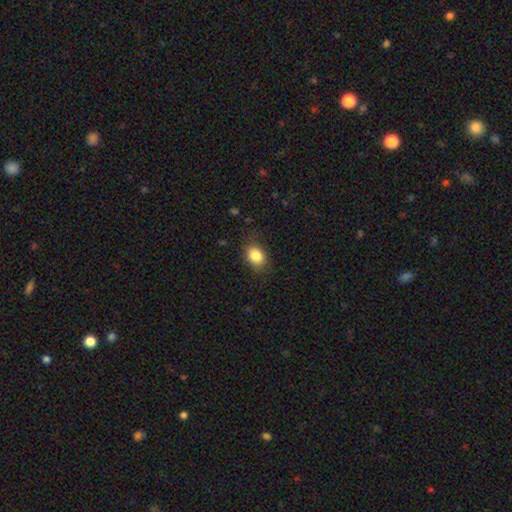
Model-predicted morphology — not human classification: A smooth galaxy with no disk features (85%) that is in between round and cigar-shaped (68%).

Vote fractions:
- Smooth or featured? smooth: 85% / star or artifact: 9% / featured or disk: 6%
- How rounded? in between: 68% / round: 31% / cigar-shaped: 1%
- Merging? none: 81% / minor disturbance: 14% / major disturbance: 4% / merger: 1%